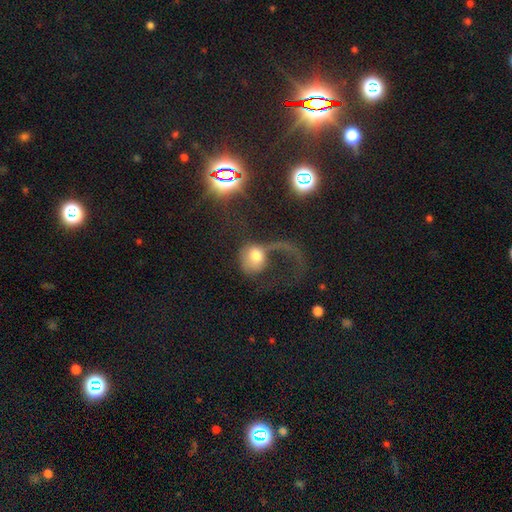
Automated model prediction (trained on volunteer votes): This appears to be a smooth galaxy with no disk features (50%) that is round (73%). Merging: major disturbance (66%).